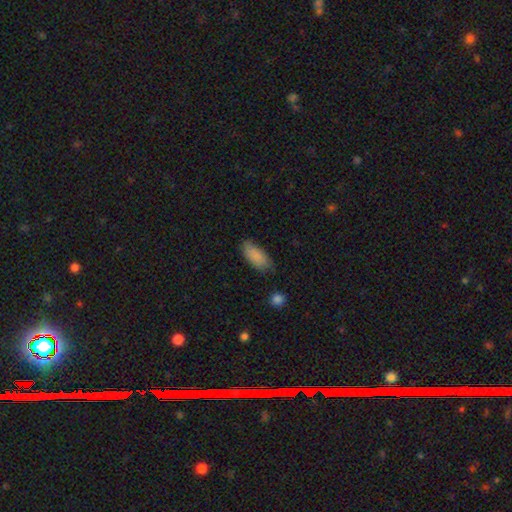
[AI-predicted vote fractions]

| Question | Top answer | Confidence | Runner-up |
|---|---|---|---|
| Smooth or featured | smooth | 86% | featured or disk (7%) |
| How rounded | in between | 87% | cigar-shaped (11%) |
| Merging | none | 71% | minor disturbance (23%) |